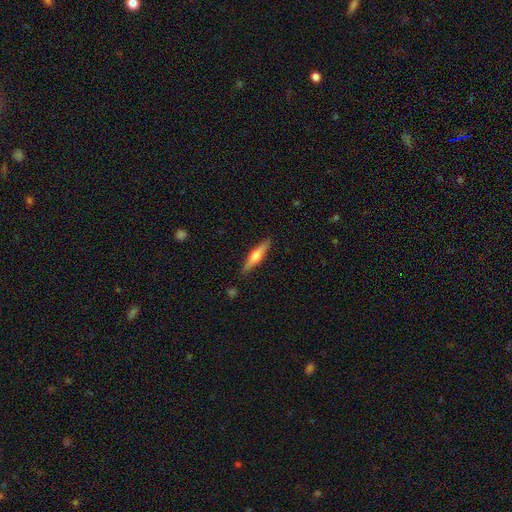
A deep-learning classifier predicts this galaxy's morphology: This is possibly a featured or disk galaxy (53%). It is clearly viewed edge-on (96%). Edge-on bulge: clearly rounded (88%). Merging: clearly none (89%).